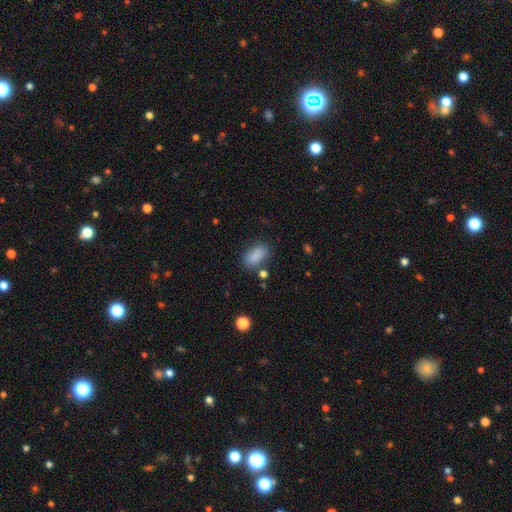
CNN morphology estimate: smooth-or-featured: smooth: 87% | star or artifact: 9% | featured or disk: 5%
  how-rounded: in between: 89% | round: 6% | cigar-shaped: 5%
  merging: none: 76% | minor disturbance: 15% | merger: 5% | major disturbance: 5%